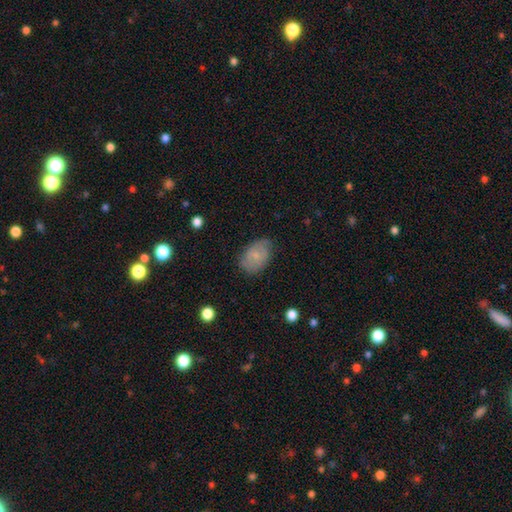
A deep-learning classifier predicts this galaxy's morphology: This is likely a smooth galaxy (66%). How rounded: clearly in between (85%). Merging: likely none (73%).